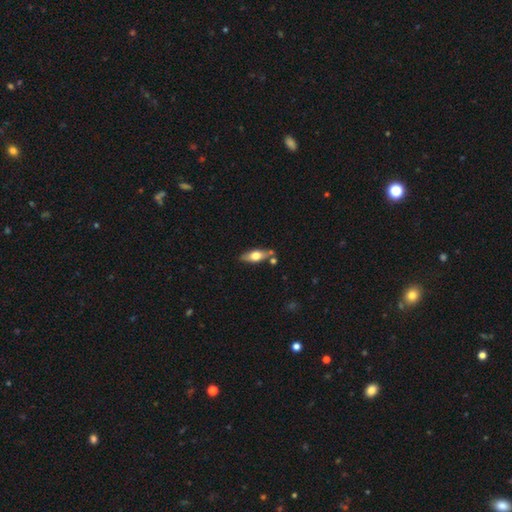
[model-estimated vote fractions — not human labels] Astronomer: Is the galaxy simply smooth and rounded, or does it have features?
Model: smooth — 50% (runner-up: featured or disk, 44%).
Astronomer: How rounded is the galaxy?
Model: in between — 62%.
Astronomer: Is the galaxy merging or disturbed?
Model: none — 71%.